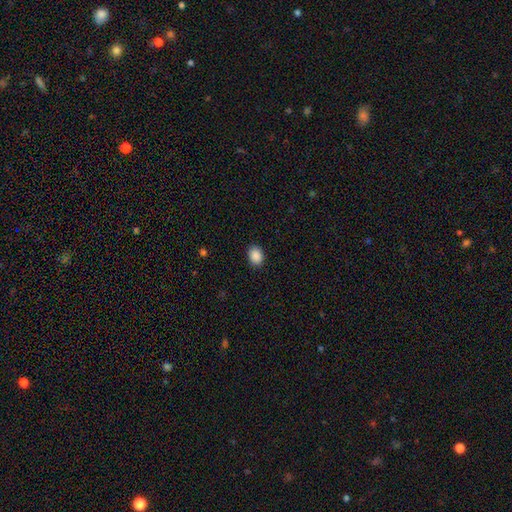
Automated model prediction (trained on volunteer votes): Q: Smooth or featured?
A: smooth (89%); runner-up: star or artifact (8%)
Q: How rounded?
A: in between (67%); runner-up: round (32%)
Q: Merging?
A: none (89%); runner-up: minor disturbance (8%)